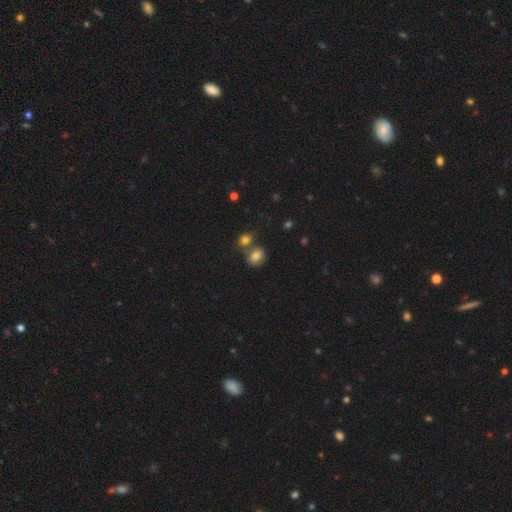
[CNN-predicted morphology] smooth-or-featured: smooth: 79% | star or artifact: 12% | featured or disk: 9%
  how-rounded: round: 53% | in between: 45% | cigar-shaped: 1%
  merging: none: 56% | merger: 30% | minor disturbance: 11% | major disturbance: 3%